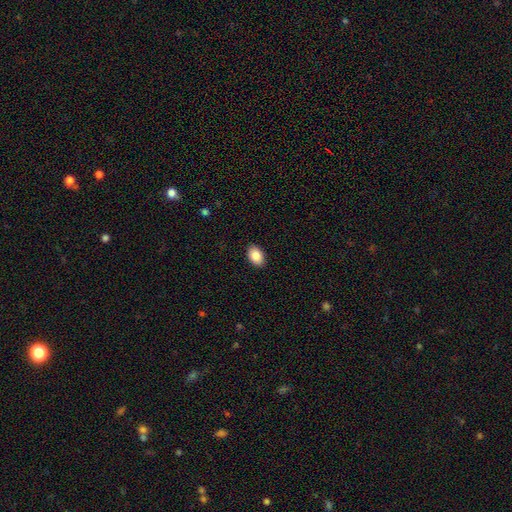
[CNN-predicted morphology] Smooth or featured?
  - smooth: 85% *
  - featured or disk: 7%
  - star or artifact: 7%
How rounded?
  - in between: 88% *
  - round: 11%
  - cigar-shaped: 1%
Merging?
  - none: 90% *
  - minor disturbance: 7%
  - major disturbance: 2%
  - merger: 1%